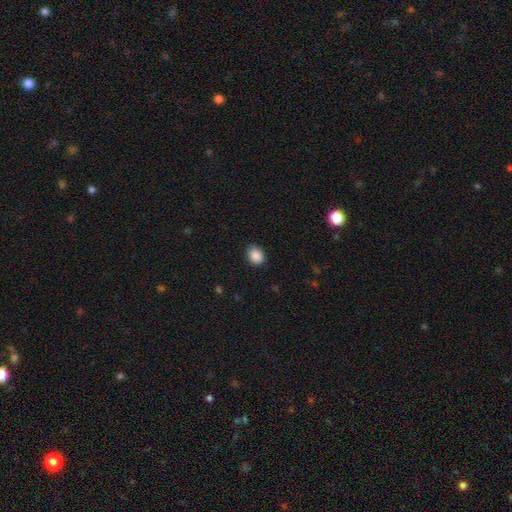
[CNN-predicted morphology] smooth_or_featured: smooth (p=0.89) [alt: star or artifact p=0.08]
how_rounded: in between (p=0.63) [alt: round p=0.36]
merging: none (p=0.82) [alt: minor disturbance p=0.14]